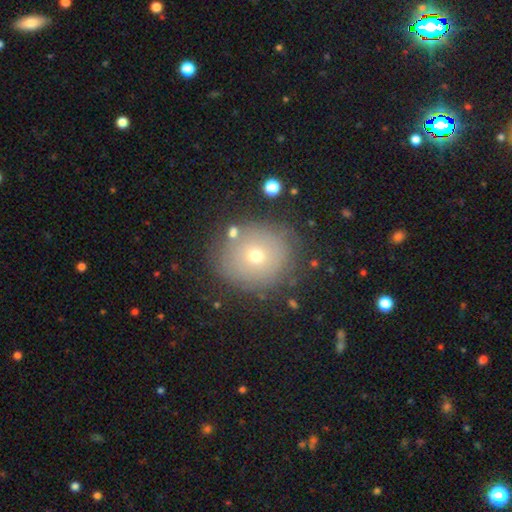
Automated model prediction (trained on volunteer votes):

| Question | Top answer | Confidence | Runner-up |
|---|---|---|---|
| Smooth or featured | smooth | 62% | featured or disk (22%) |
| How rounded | round | 82% | in between (17%) |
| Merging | none | 81% | minor disturbance (12%) |